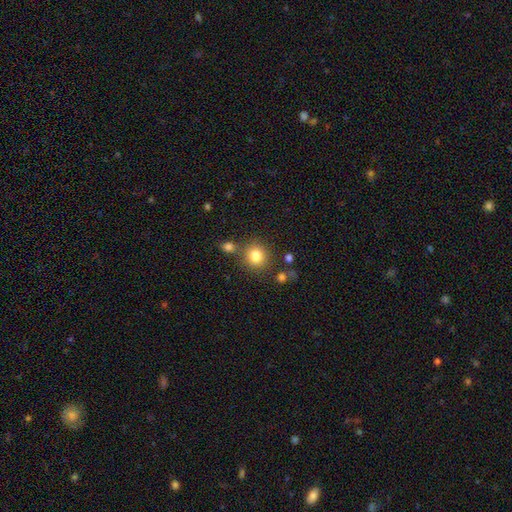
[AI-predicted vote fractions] Smooth or featured: smooth — 82% (star or artifact — 11%)
How rounded: round — 88% (in between — 11%)
Merging: none — 75% (merger — 11%)